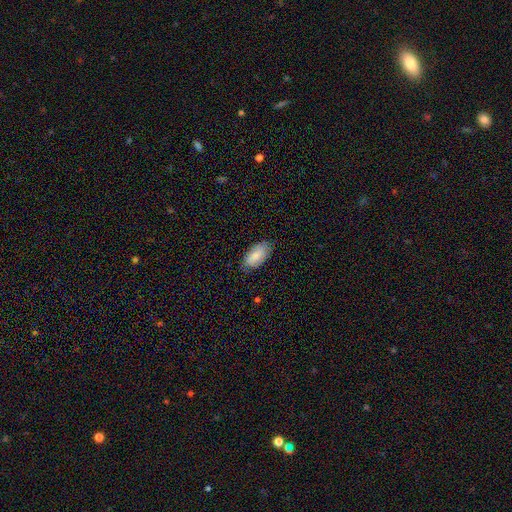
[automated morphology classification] This appears to be a smooth galaxy with no disk features (83%) that is in between round and cigar-shaped (94%). Merging: none (80%).